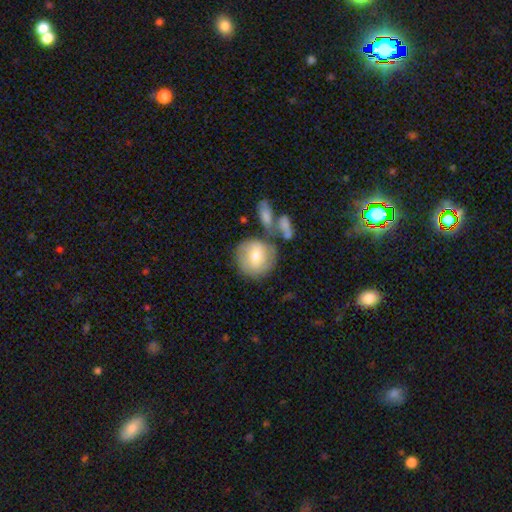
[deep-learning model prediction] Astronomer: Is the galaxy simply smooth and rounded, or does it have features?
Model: smooth — 64%.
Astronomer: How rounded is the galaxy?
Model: round — 89%.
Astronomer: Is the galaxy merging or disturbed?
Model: none — 58%.